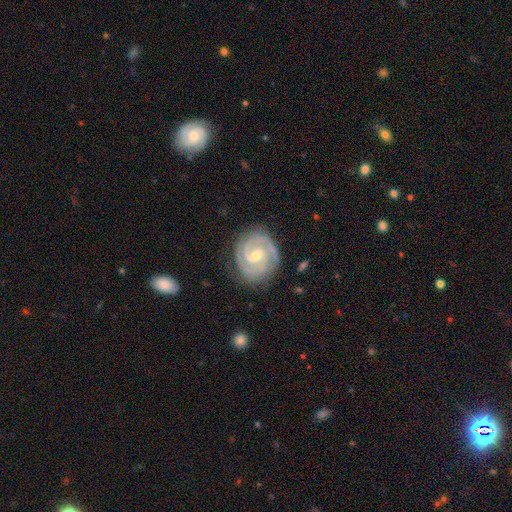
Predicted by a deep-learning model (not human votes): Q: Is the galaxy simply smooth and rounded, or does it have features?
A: featured or disk — 92%.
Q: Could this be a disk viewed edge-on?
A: no — 98%.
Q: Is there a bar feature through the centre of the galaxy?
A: weak — 43%.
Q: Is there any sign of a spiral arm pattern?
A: yes — 99%.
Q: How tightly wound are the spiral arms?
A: tight — 75%.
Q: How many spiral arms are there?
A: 2 — 77%.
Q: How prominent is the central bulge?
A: small — 62%.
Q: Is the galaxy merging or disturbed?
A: none — 82%.